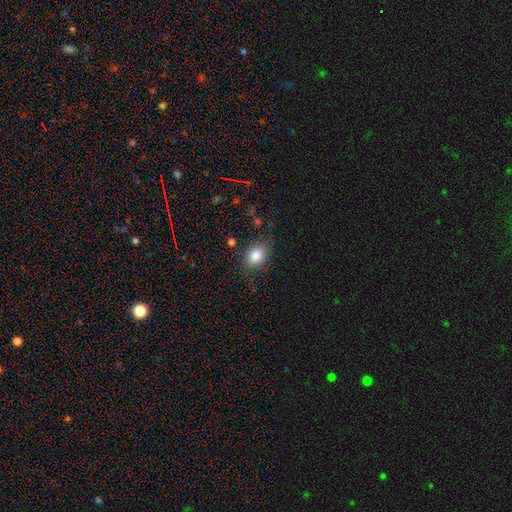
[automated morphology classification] smooth 82%, star or artifact 10%, featured or disk 8%. Down the decision tree: how rounded — in between (66%); merging — none (79%).